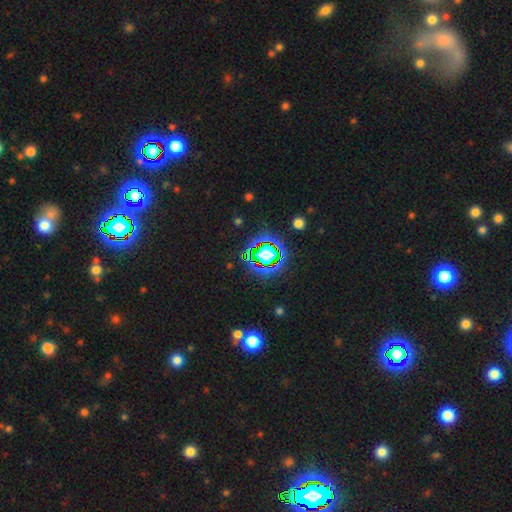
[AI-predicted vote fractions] Q: Smooth or featured?
A: star or artifact (78%); runner-up: smooth (13%)